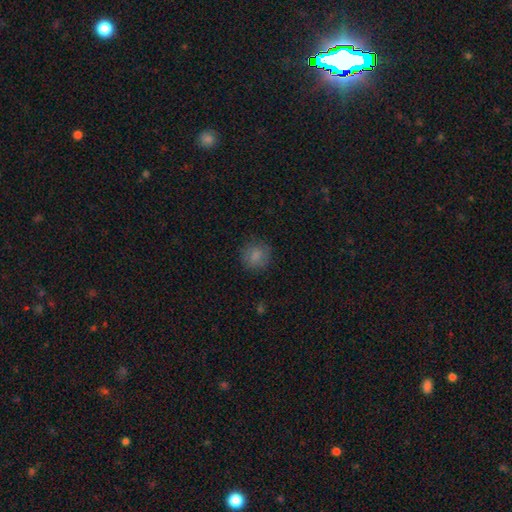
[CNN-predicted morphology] Smooth or featured? Predicted: smooth (p=0.81). How rounded? Predicted: round (p=0.86). Merging? Predicted: none (p=0.81).